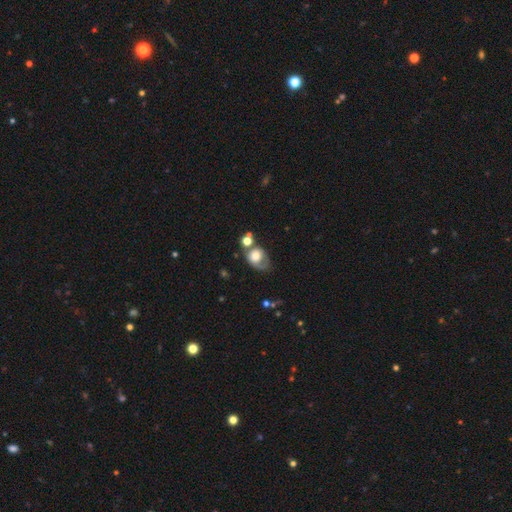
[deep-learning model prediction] Overall: smooth (58%; featured or disk 32%). How rounded: in between (51%; round 48%). Merging: none (32%; minor disturbance 24%).